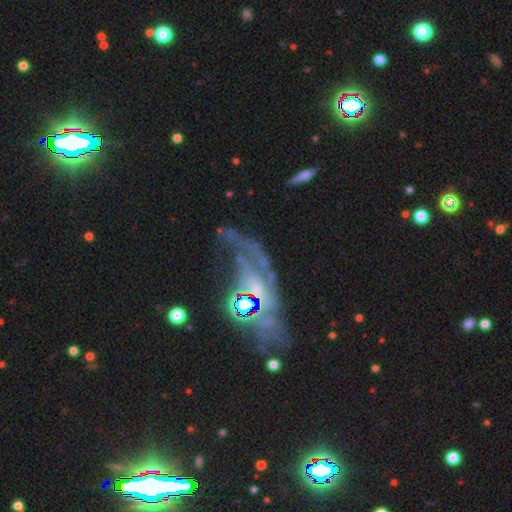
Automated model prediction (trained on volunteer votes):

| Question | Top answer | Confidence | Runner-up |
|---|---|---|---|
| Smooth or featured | featured or disk | 65% | star or artifact (21%) |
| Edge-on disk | no | 81% | yes (19%) |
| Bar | no | 50% | weak (35%) |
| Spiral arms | yes | 75% | no (25%) |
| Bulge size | small | 49% | moderate (30%) |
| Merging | none | 44% | major disturbance (26%) |